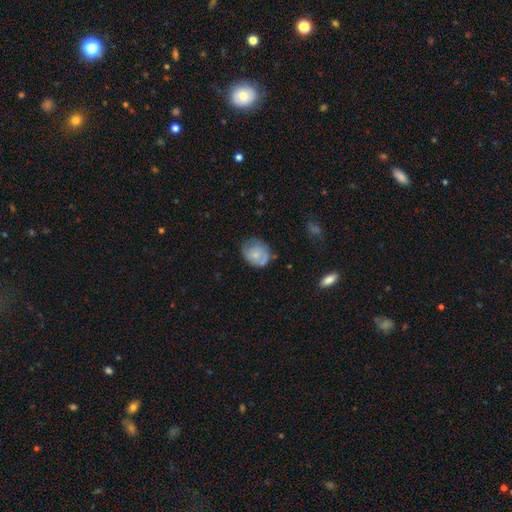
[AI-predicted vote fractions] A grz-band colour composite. It shows a smooth galaxy with no disk features (55%) that is round (67%). Merging: none (59%).